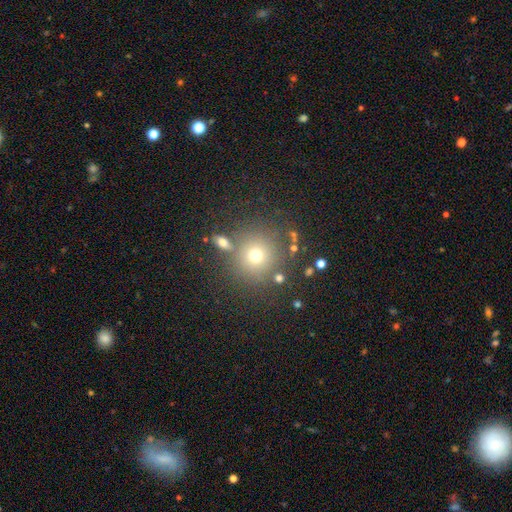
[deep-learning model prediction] This appears to be a smooth galaxy with no disk features (69%) that is round (92%). Merging: none (78%).